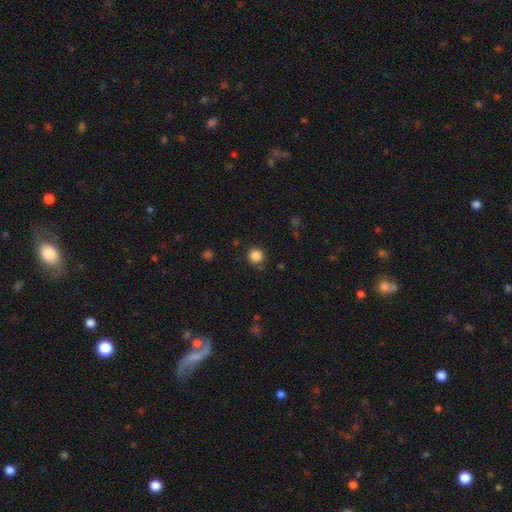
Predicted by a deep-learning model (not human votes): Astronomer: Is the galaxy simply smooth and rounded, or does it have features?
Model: smooth — 86%.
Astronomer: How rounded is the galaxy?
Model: round — 95%.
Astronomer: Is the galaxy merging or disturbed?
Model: none — 88%.